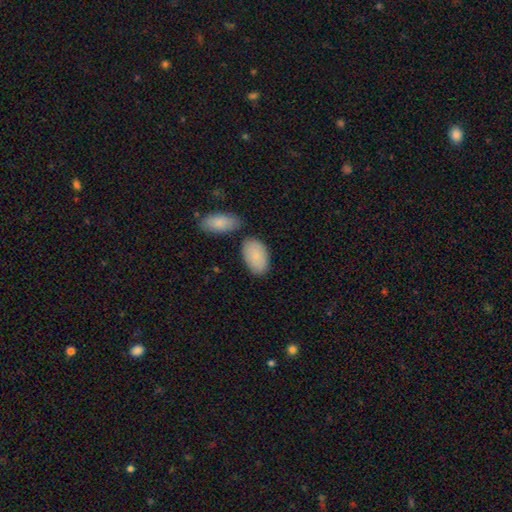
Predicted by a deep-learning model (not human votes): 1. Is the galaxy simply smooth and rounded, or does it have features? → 85% smooth, 10% featured or disk, 5% star or artifact.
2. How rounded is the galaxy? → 94% in between, 4% round, 2% cigar-shaped.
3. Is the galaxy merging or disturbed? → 69% none, 15% minor disturbance, 12% merger, 4% major disturbance.